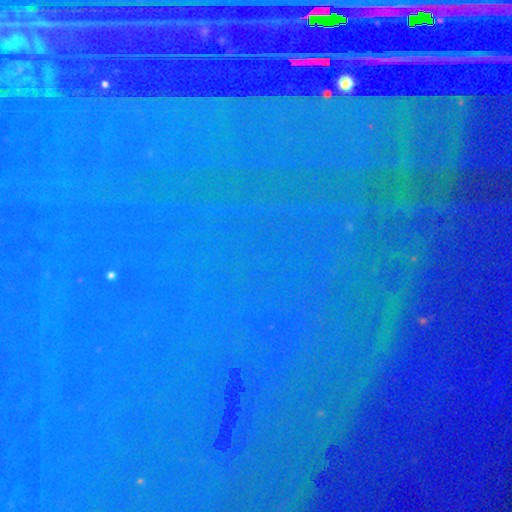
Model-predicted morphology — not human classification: smooth_or_featured: star or artifact (p=0.83) [alt: smooth p=0.09]